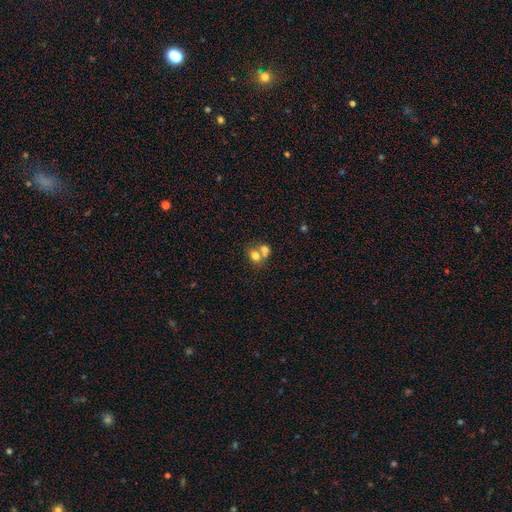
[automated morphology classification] A smooth galaxy with no disk features (73%) that is in between round and cigar-shaped (51%). Merging: merger (60%).